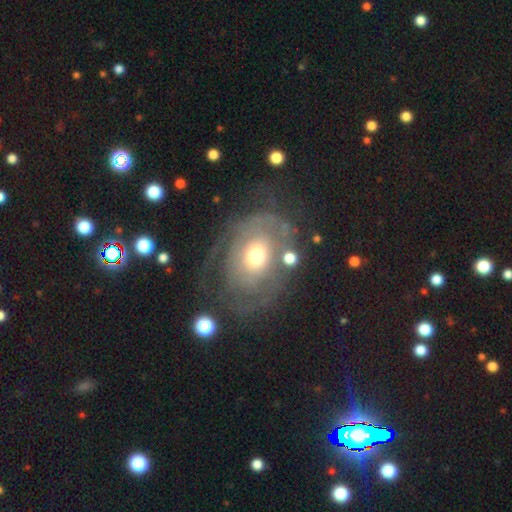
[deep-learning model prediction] smooth_or_featured: featured or disk (p=0.65) [alt: smooth p=0.27]
disk_edge_on: no (p=0.96) [alt: yes p=0.04]
bar: no (p=0.81) [alt: weak p=0.15]
has_spiral_arms: yes (p=0.64) [alt: no p=0.36]
bulge_size: moderate (p=0.63) [alt: large p=0.20]
merging: none (p=0.46) [alt: major disturbance p=0.29]